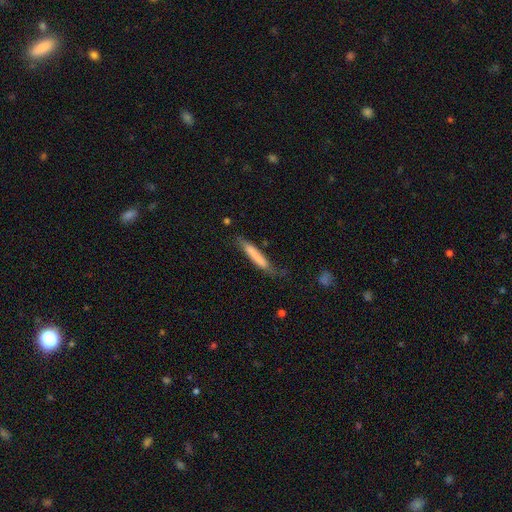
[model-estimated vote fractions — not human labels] smooth 71%, featured or disk 23%, star or artifact 6%. Down the decision tree: how rounded — cigar-shaped (91%); merging — none (47%).